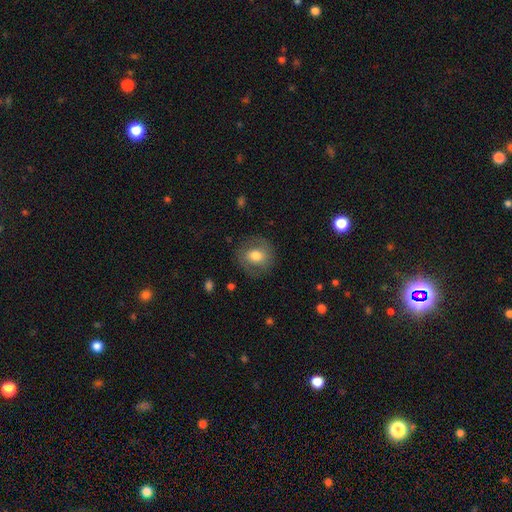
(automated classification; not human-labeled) This appears to be a smooth galaxy with no disk features (58%) that is round (76%). Merging: none (81%).